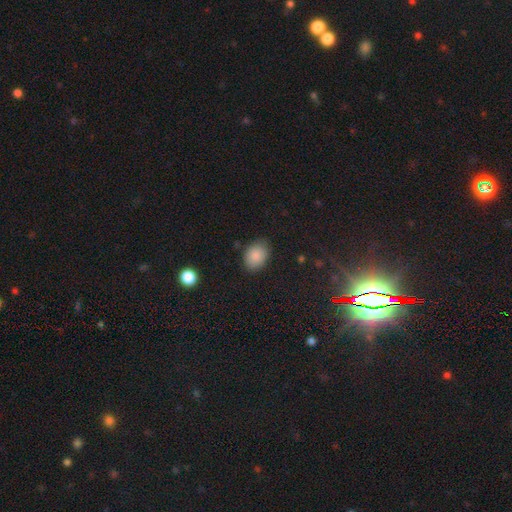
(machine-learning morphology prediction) Q: Smooth or featured?
A: smooth (86%); runner-up: star or artifact (9%)
Q: How rounded?
A: in between (73%); runner-up: round (26%)
Q: Merging?
A: none (82%); runner-up: minor disturbance (13%)